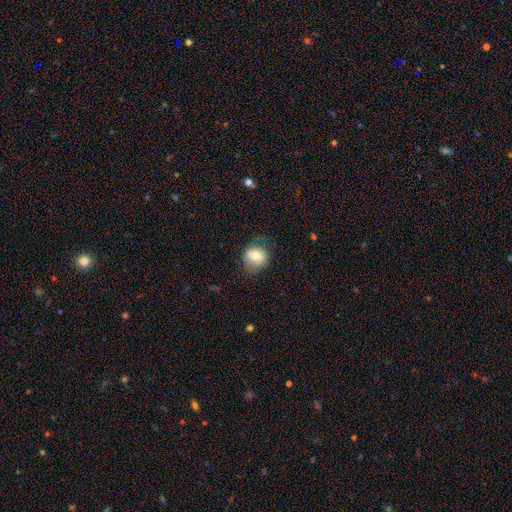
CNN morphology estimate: A smooth galaxy with no disk features (68%) that is round (75%). Merging: none (68%).